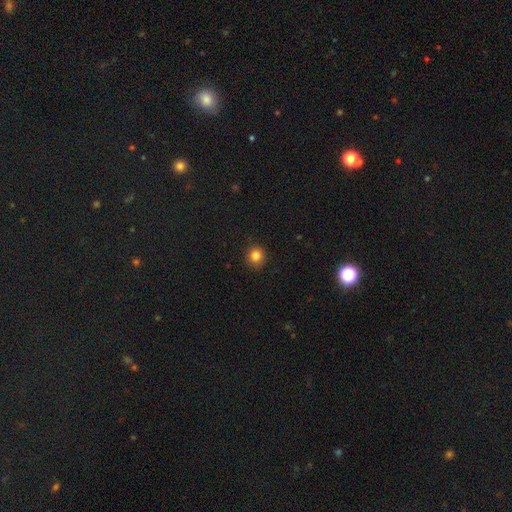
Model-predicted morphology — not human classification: This appears to be a smooth galaxy with no disk features (84%) that is round (90%). Merging: none (91%).